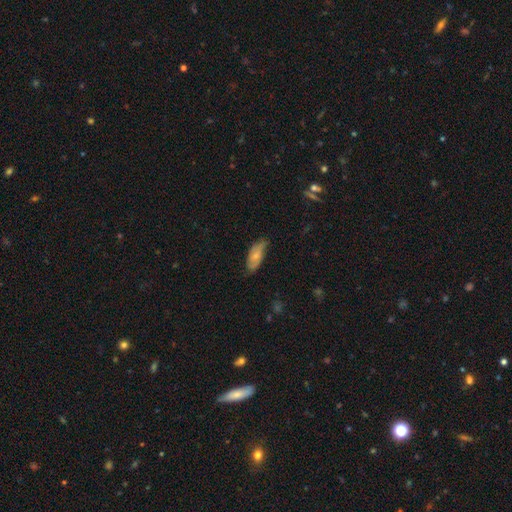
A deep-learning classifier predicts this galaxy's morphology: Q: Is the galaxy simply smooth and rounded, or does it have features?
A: smooth — 59%.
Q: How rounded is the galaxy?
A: in between — 85%.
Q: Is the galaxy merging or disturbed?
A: none — 62%.